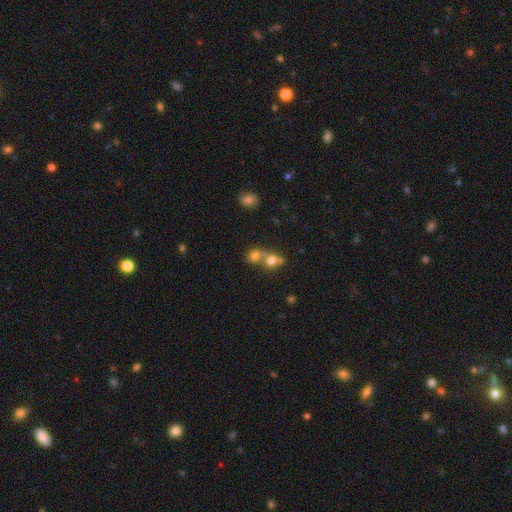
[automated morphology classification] smooth 70%, star or artifact 15%, featured or disk 15%. Down the decision tree: how rounded — round (80%); merging — merger (56%).